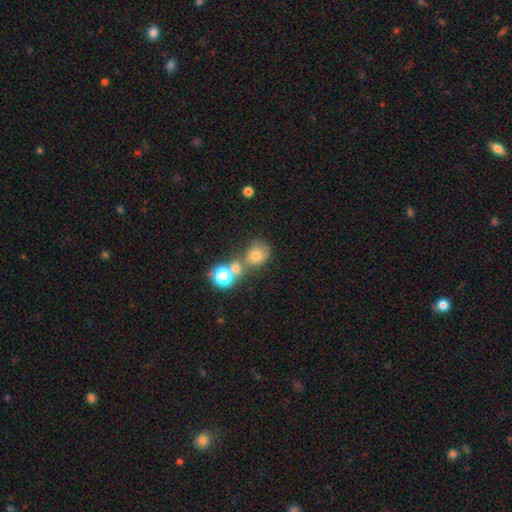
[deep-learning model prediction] This is likely a smooth galaxy (66%). How rounded: likely round (66%). Merging: marginally none (45%).